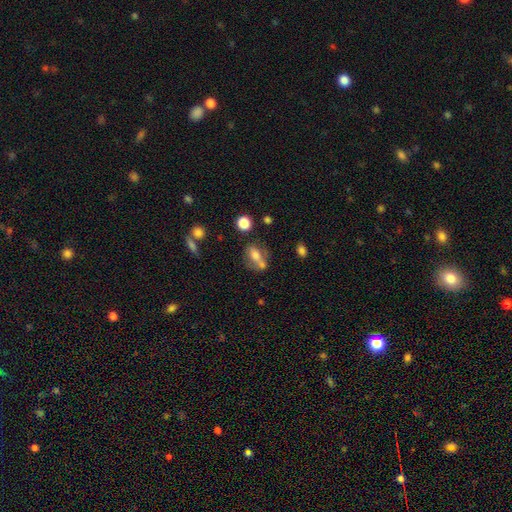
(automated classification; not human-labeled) Smooth or featured?
  - smooth: 61% *
  - featured or disk: 27%
  - star or artifact: 12%
How rounded?
  - in between: 69% *
  - round: 22%
  - cigar-shaped: 10%
Merging?
  - none: 42% *
  - merger: 33%
  - minor disturbance: 16%
  - major disturbance: 9%